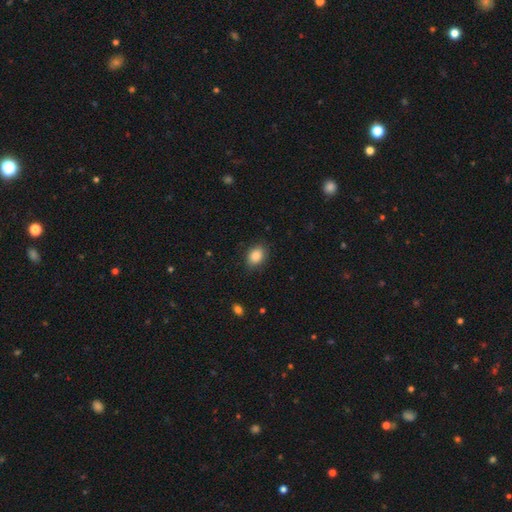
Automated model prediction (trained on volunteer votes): smooth 87%, star or artifact 8%, featured or disk 5%. Down the decision tree: how rounded — in between (69%); merging — none (82%).